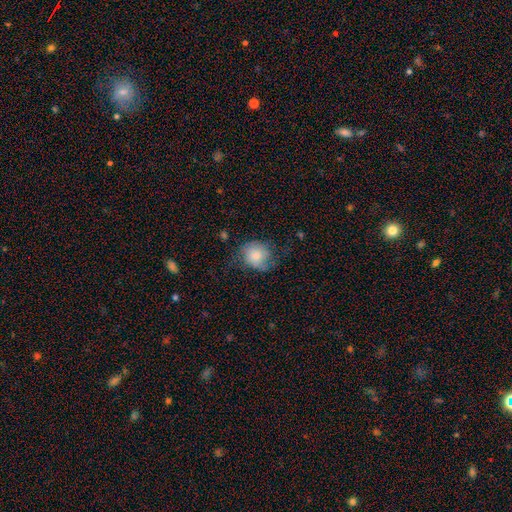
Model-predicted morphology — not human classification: smooth_or_featured: smooth (p=0.78) [alt: featured or disk p=0.14]
how_rounded: round (p=0.72) [alt: in between p=0.27]
merging: none (p=0.55) [alt: minor disturbance p=0.29]